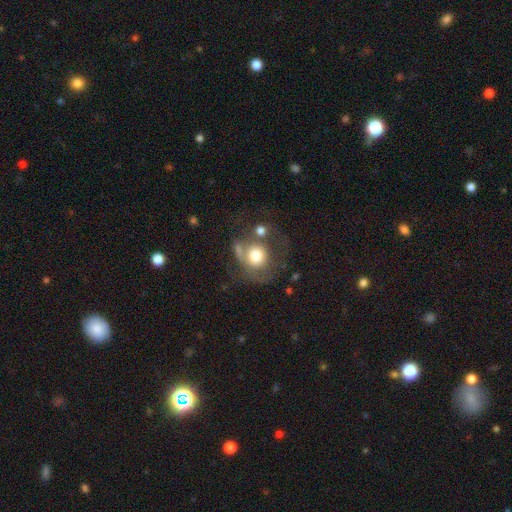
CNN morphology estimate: A smooth galaxy with no disk features (62%) that is round (80%).

Vote fractions:
- Smooth or featured? smooth: 62% / featured or disk: 29% / star or artifact: 9%
- How rounded? round: 80% / in between: 19% / cigar-shaped: 1%
- Merging? none: 31% / major disturbance: 29% / merger: 21% / minor disturbance: 19%